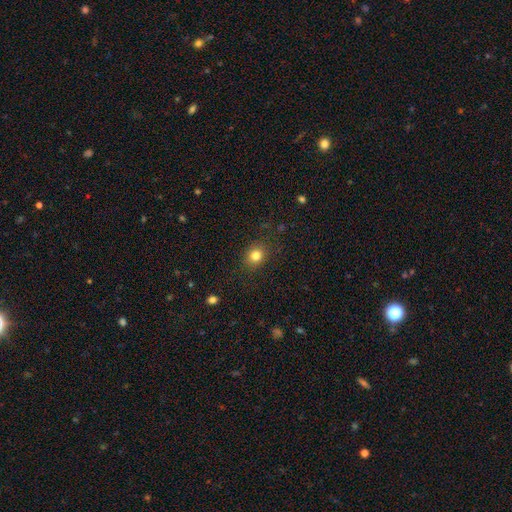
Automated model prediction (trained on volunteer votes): smooth-or-featured: smooth: 81% | star or artifact: 12% | featured or disk: 6%
  how-rounded: round: 69% | in between: 31% | cigar-shaped: 1%
  merging: none: 85% | minor disturbance: 10% | major disturbance: 3% | merger: 1%